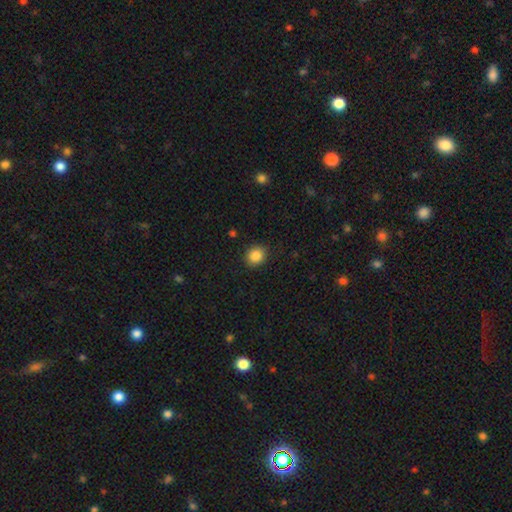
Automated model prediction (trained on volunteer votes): This is clearly a smooth galaxy (87%). How rounded: clearly round (80%). Merging: clearly none (89%).